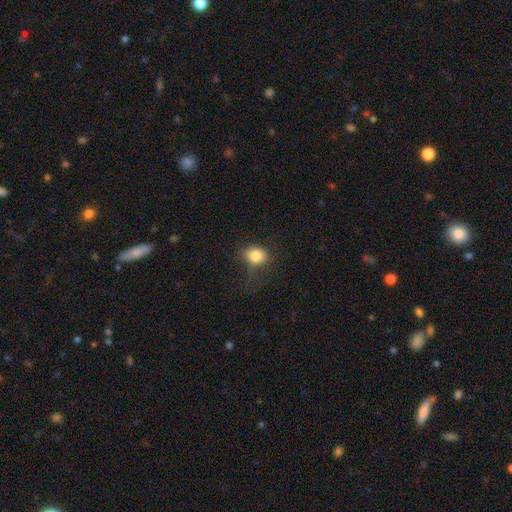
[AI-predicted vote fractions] A smooth galaxy with no disk features (81%) that is round (60%). Merging: none (52%).